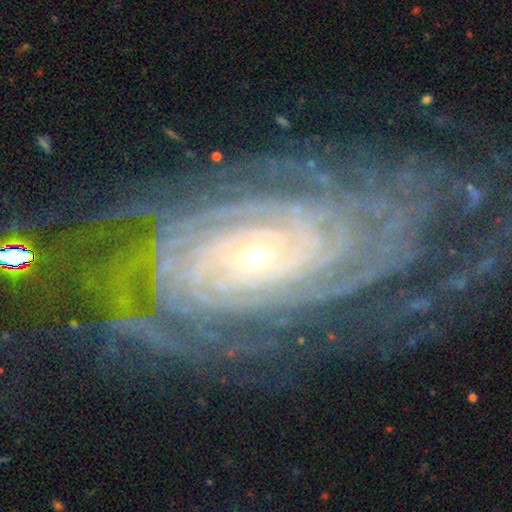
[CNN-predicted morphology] Smooth or featured? Predicted: featured or disk (p=0.90). Edge-on disk? Predicted: no (p=0.96). Bar? Predicted: no (p=0.68). Spiral arms? Predicted: yes (p=0.98). Spiral winding? Predicted: tight (p=0.84). Spiral arm count? Predicted: more than 4 (p=0.32). Bulge size? Predicted: small (p=0.82). Merging? Predicted: none (p=0.70).